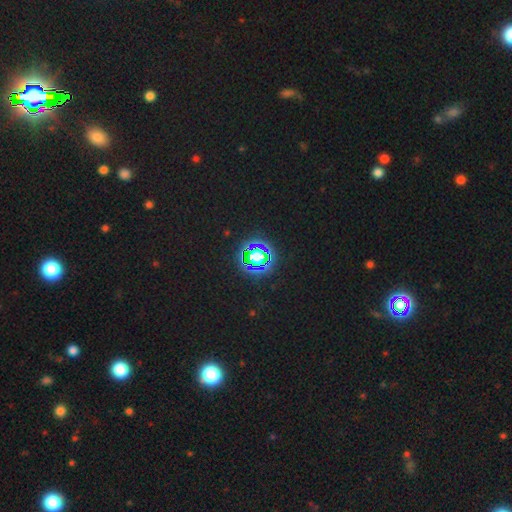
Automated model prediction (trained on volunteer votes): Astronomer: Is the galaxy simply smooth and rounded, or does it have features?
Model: star or artifact — 65%.